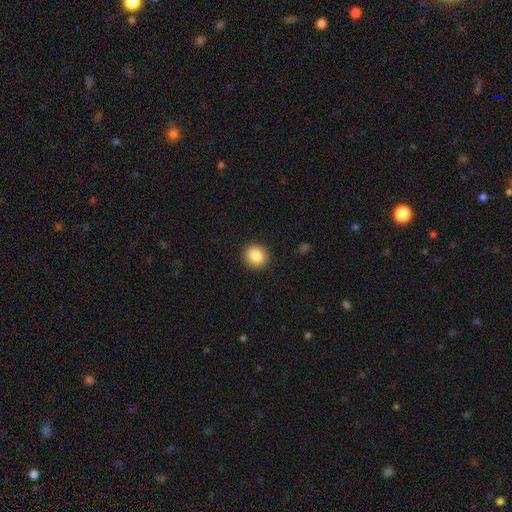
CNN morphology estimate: type=smooth (87%); roundness=round (87%); merging=none (92%).